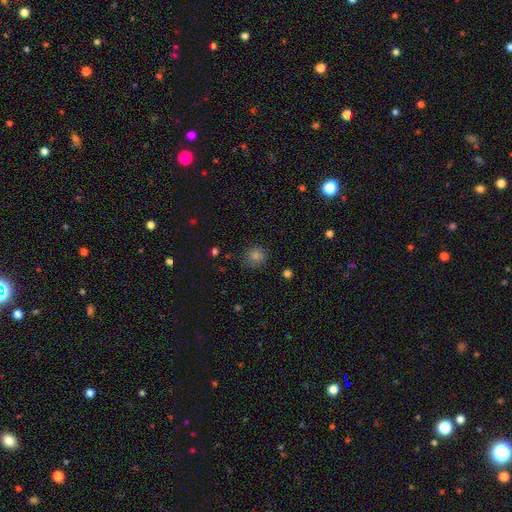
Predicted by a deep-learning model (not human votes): Smooth or featured?
  - smooth: 75% *
  - star or artifact: 19%
  - featured or disk: 6%
How rounded?
  - round: 84% *
  - in between: 15%
  - cigar-shaped: 1%
Merging?
  - none: 82% *
  - minor disturbance: 13%
  - major disturbance: 4%
  - merger: 1%